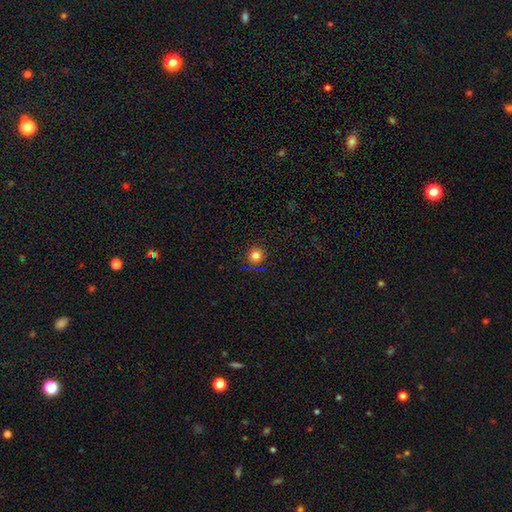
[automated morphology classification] Smooth or featured? Predicted: smooth (p=0.79). How rounded? Predicted: round (p=0.94). Merging? Predicted: none (p=0.91).